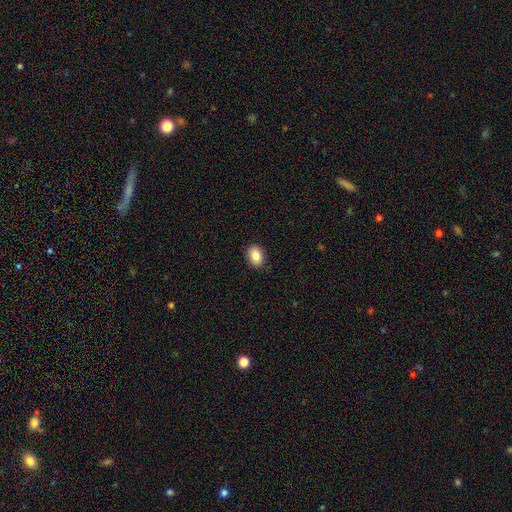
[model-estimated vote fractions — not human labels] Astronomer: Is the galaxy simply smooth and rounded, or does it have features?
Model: smooth — 87%.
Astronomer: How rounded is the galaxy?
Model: in between — 78%.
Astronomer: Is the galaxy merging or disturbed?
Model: none — 89%.